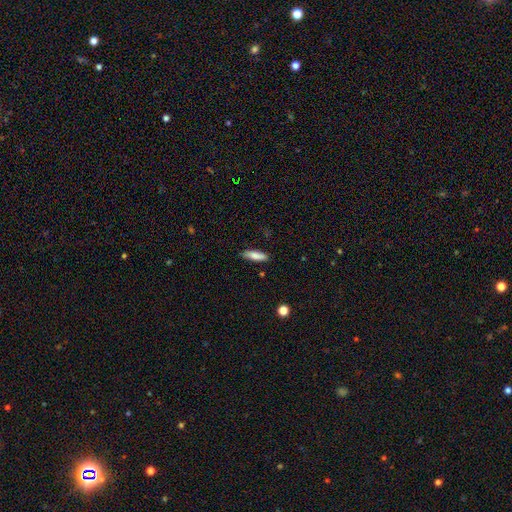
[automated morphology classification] Q: Smooth or featured?
A: smooth (83%); runner-up: featured or disk (11%)
Q: How rounded?
A: cigar-shaped (59%); runner-up: in between (39%)
Q: Merging?
A: none (82%); runner-up: minor disturbance (14%)